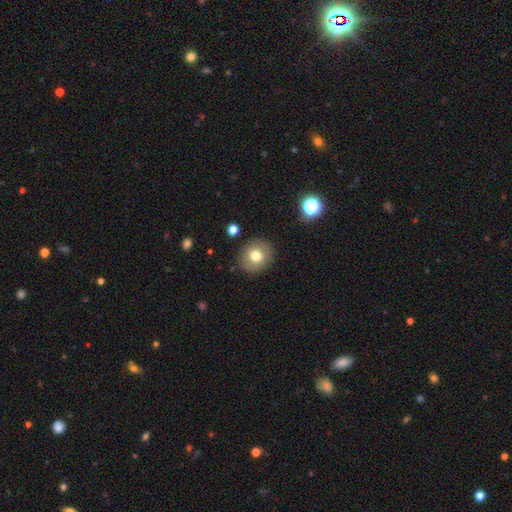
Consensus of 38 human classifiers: Q: Smooth or featured?
A: smooth (87%); runner-up: featured or disk (13%)
Q: How rounded?
A: round (88%); runner-up: in between (12%)
Q: Merging?
A: none (92%); runner-up: minor disturbance (5%)